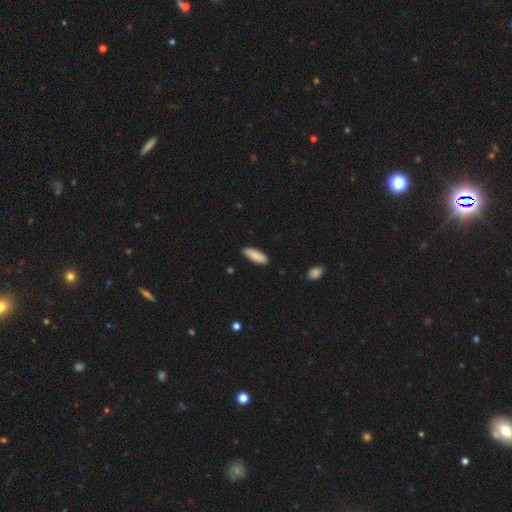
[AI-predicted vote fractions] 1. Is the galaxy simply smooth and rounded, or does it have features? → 87% smooth, 8% featured or disk, 6% star or artifact.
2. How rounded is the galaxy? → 62% in between, 37% cigar-shaped, 2% round.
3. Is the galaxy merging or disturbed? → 87% none, 10% minor disturbance, 2% major disturbance, 1% merger.